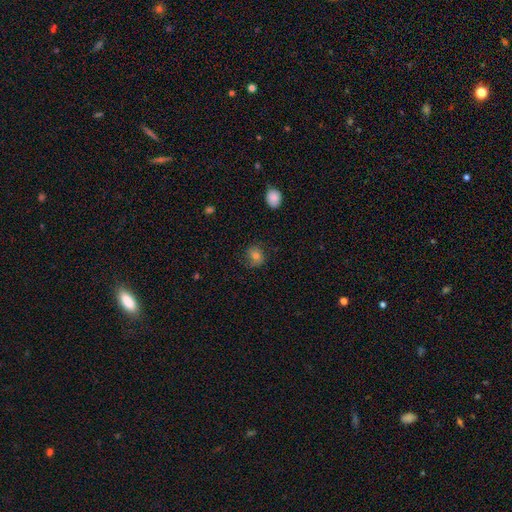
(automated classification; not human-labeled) smooth-or-featured: smooth: 75% | featured or disk: 14% | star or artifact: 12%
  how-rounded: round: 75% | in between: 24% | cigar-shaped: 1%
  merging: none: 75% | minor disturbance: 18% | major disturbance: 6% | merger: 1%